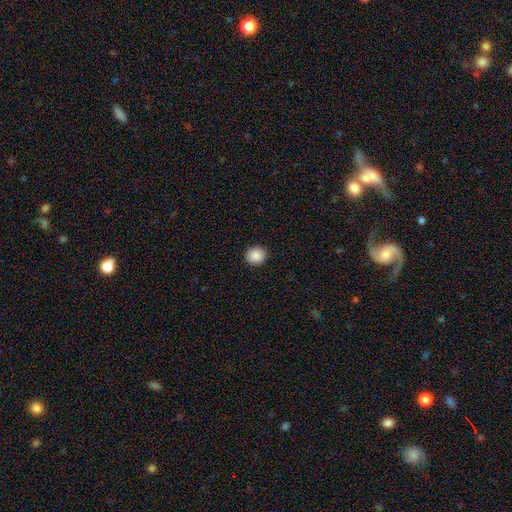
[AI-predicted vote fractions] smooth-or-featured: smooth: 88% | star or artifact: 8% | featured or disk: 4%
  how-rounded: round: 84% | in between: 15% | cigar-shaped: 1%
  merging: none: 92% | minor disturbance: 5% | major disturbance: 2% | merger: 1%